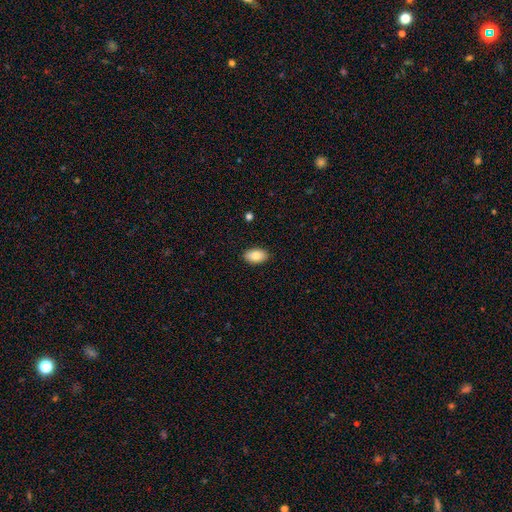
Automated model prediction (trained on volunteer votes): The model was most divided on "smooth or featured": smooth: 85%, featured or disk: 8%, star or artifact: 7%. More confident: how rounded — in between (94%); merging — none (89%).